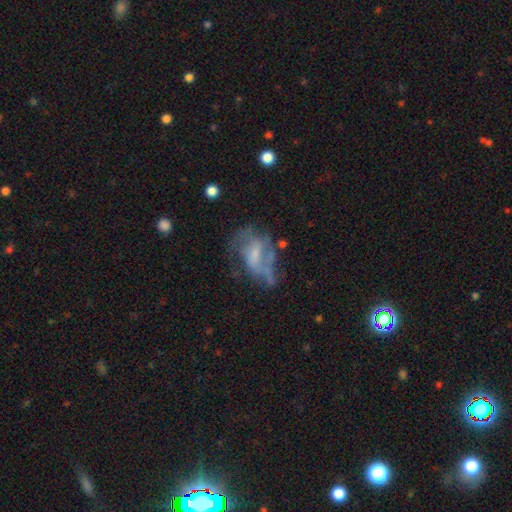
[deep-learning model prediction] This is possibly a featured or disk galaxy (59%). It is clearly not viewed edge-on (96%). Bar: possibly no (51%). Spiral arm pattern: possibly no (56%). Central bulge: marginally small (40%). Merging: marginally major disturbance (36%).